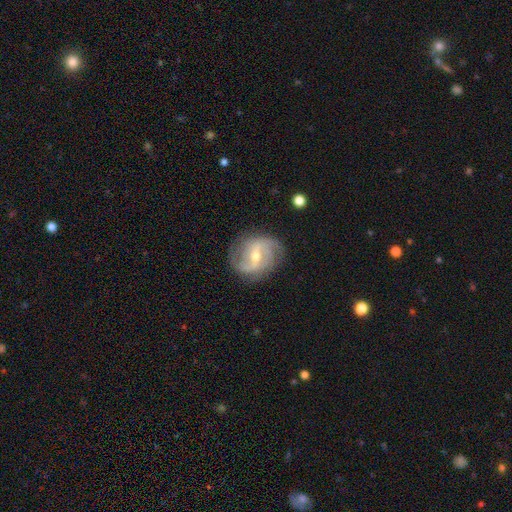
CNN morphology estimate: This is clearly a featured or disk galaxy (85%). It is clearly not viewed edge-on (97%). Bar: possibly weak (51%). Spiral arm pattern: clearly yes (94%). Spiral arm count: likely 2 (66%). Spiral winding: marginally medium (44%). Central bulge: likely moderate (61%). Merging: likely none (79%).